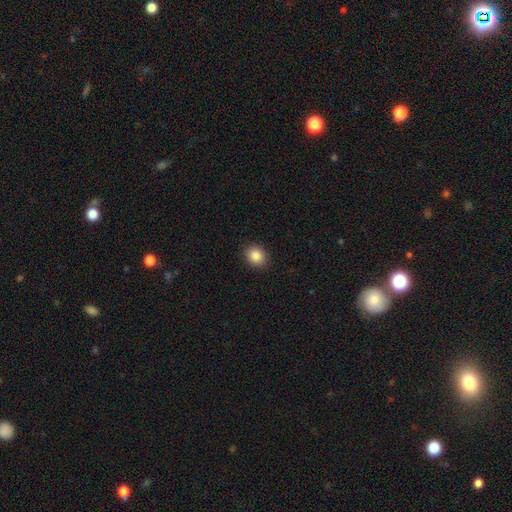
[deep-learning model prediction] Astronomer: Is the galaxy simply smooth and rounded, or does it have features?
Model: smooth — 87%.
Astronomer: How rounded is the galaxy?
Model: round — 63%.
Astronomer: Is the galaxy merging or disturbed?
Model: none — 91%.